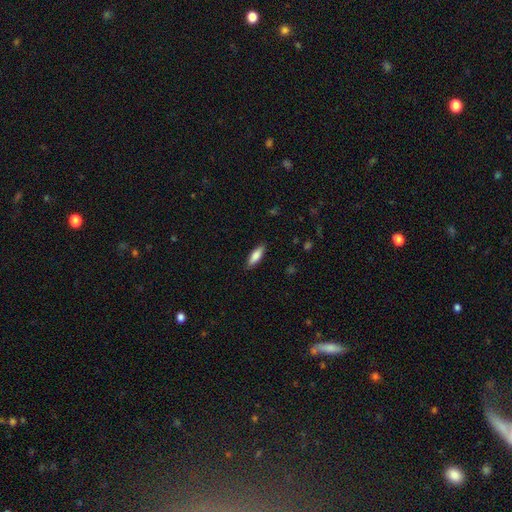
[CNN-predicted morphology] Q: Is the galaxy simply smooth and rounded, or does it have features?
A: smooth — 83%.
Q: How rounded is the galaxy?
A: in between — 60%.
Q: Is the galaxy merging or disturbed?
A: none — 87%.